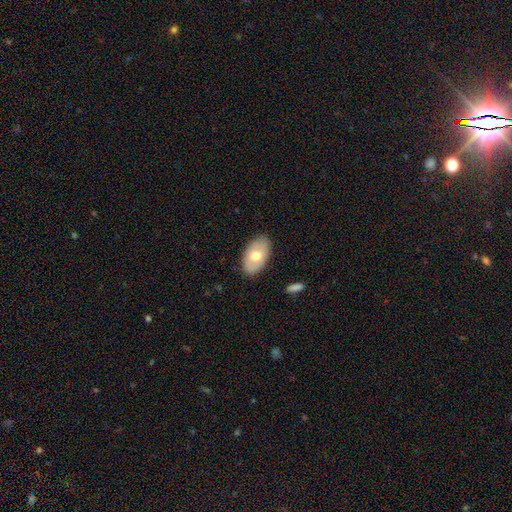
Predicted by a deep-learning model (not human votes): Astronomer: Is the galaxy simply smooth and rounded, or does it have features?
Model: smooth — 65%.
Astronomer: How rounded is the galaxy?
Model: in between — 93%.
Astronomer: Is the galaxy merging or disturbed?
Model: none — 85%.